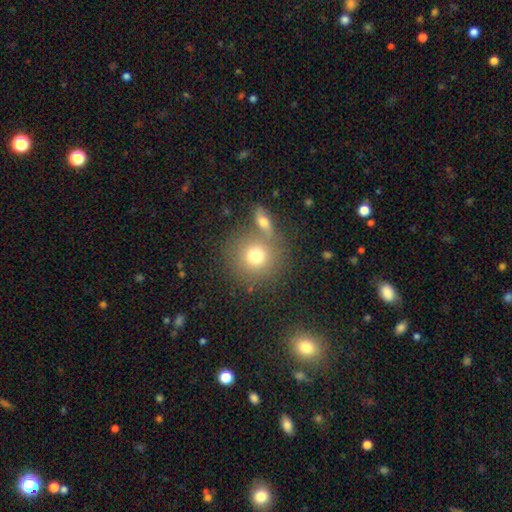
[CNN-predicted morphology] smooth 75%, featured or disk 14%, star or artifact 11%. Down the decision tree: how rounded — round (90%); merging — none (63%).